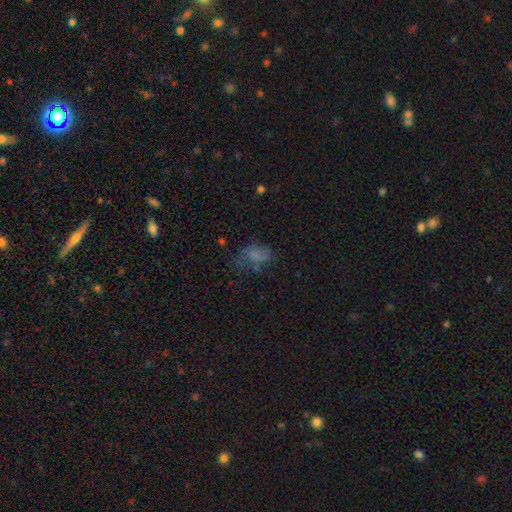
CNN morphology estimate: type=smooth (58%); roundness=in between (78%); merging=none (38%).